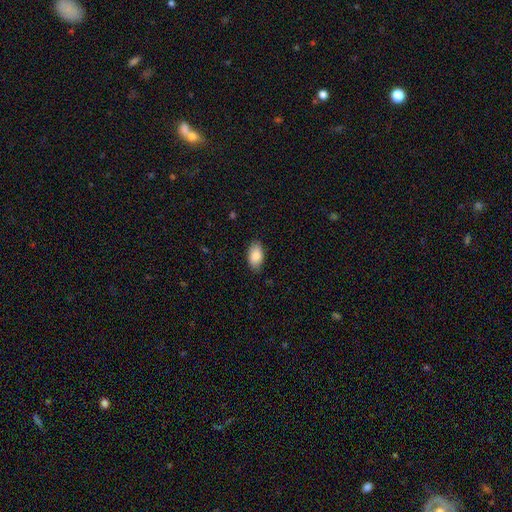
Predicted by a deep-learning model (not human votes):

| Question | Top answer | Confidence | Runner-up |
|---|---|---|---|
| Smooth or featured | smooth | 87% | featured or disk (7%) |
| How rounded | in between | 94% | round (4%) |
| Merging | none | 84% | minor disturbance (12%) |